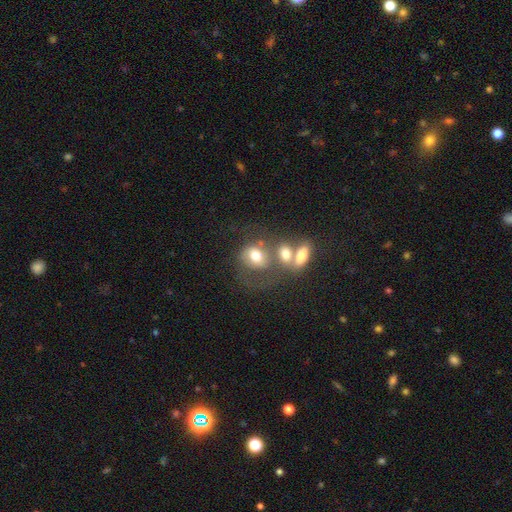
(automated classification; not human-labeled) Q: Smooth or featured?
A: smooth (64%); runner-up: featured or disk (26%)
Q: How rounded?
A: in between (59%); runner-up: round (40%)
Q: Merging?
A: merger (47%); runner-up: none (25%)